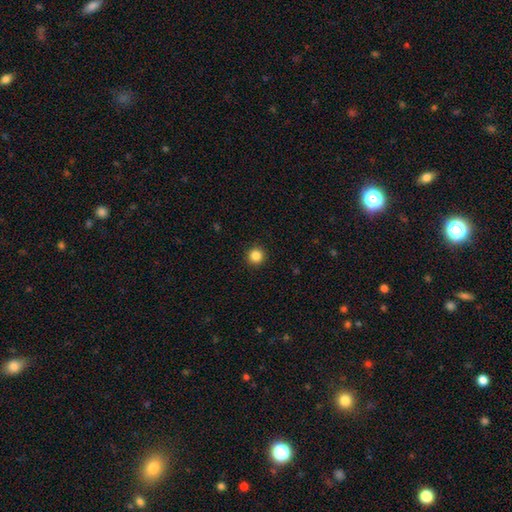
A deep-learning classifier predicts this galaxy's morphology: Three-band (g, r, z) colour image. It shows a smooth galaxy with no disk features (85%) that is round (96%). Merging: none (93%).